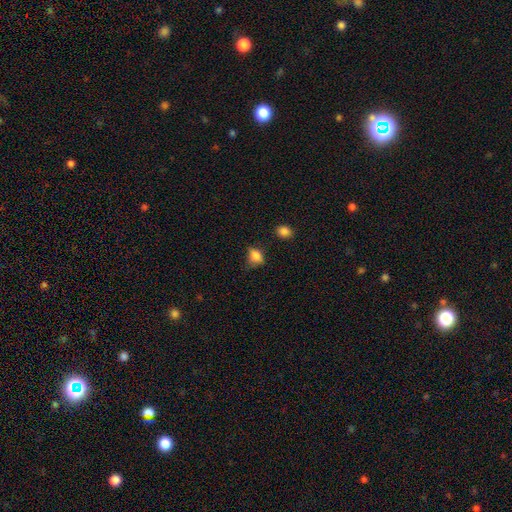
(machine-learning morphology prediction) Smooth or featured? smooth (82%)
How rounded? in between (58%)
Merging? none (49%)